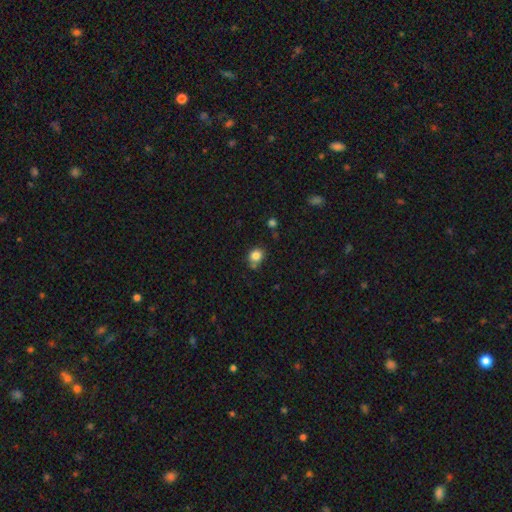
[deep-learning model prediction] smooth-or-featured: smooth: 83% | star or artifact: 11% | featured or disk: 6%
  how-rounded: round: 74% | in between: 25% | cigar-shaped: 1%
  merging: none: 67% | minor disturbance: 18% | merger: 10% | major disturbance: 4%